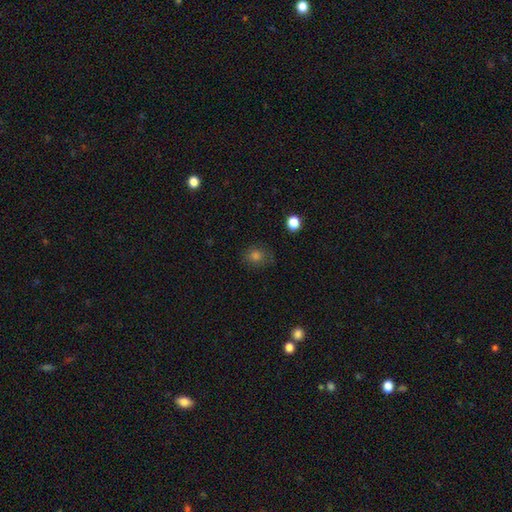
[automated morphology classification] This appears to be a smooth galaxy with no disk features (73%) that is round (67%). Merging: none (78%).